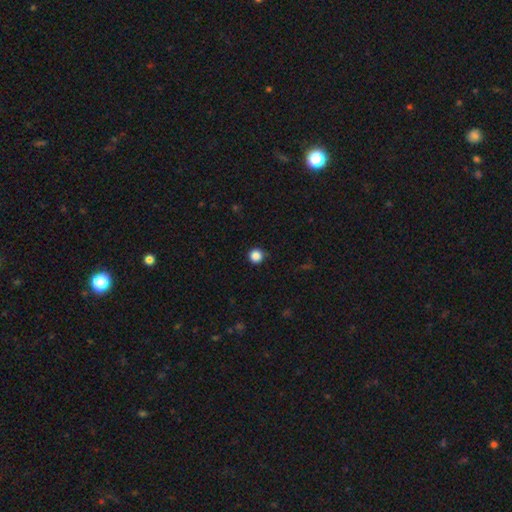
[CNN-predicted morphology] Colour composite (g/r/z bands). It shows a smooth galaxy with no disk features (86%) that is round (96%). Merging: none (90%).